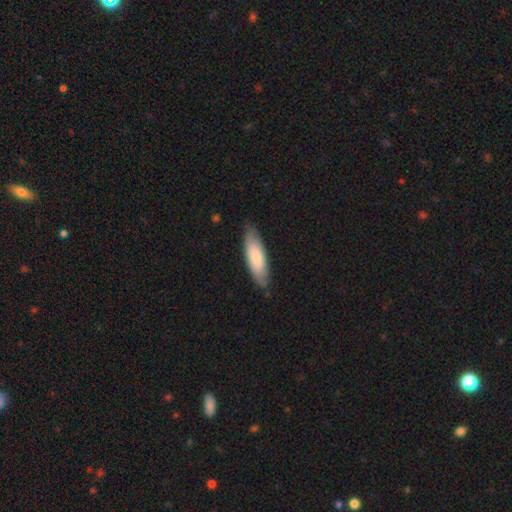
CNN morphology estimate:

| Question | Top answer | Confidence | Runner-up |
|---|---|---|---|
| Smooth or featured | smooth | 72% | featured or disk (23%) |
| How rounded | in between | 50% | cigar-shaped (48%) |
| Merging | none | 82% | minor disturbance (14%) |